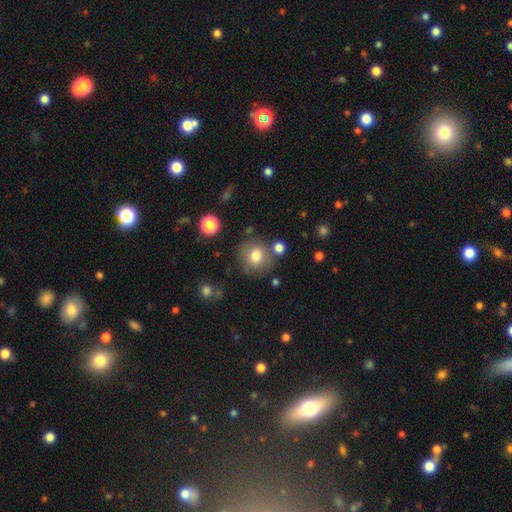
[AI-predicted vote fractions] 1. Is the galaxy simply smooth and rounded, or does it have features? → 77% smooth, 12% featured or disk, 11% star or artifact.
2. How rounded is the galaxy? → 87% round, 12% in between, 1% cigar-shaped.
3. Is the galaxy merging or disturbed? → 75% none, 12% minor disturbance, 8% merger, 5% major disturbance.